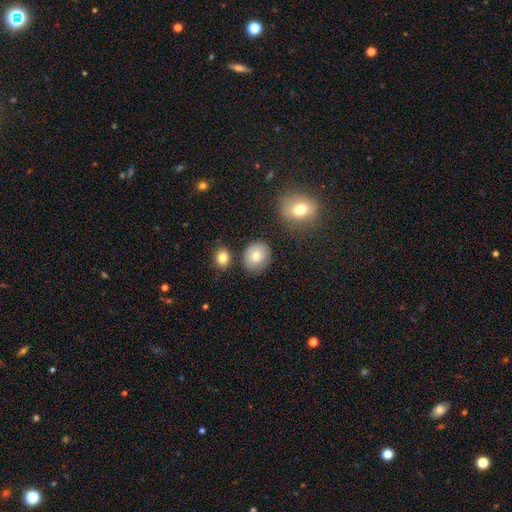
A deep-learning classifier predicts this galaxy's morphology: Q: Smooth or featured?
A: smooth (79%); runner-up: featured or disk (12%)
Q: How rounded?
A: round (67%); runner-up: in between (32%)
Q: Merging?
A: none (77%); runner-up: minor disturbance (14%)